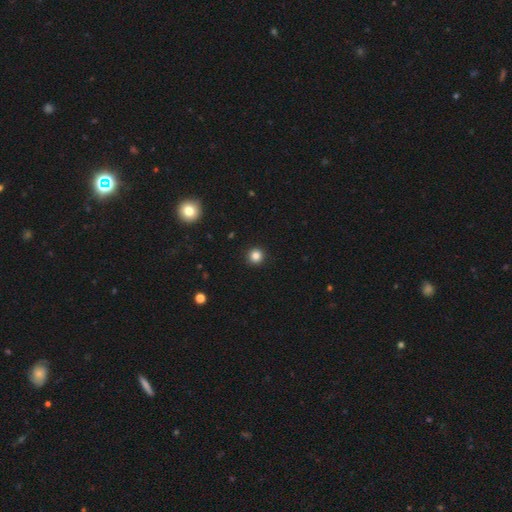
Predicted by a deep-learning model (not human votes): The model was most divided on "smooth or featured": smooth: 84%, star or artifact: 12%, featured or disk: 4%. More confident: how rounded — round (95%); merging — none (93%).